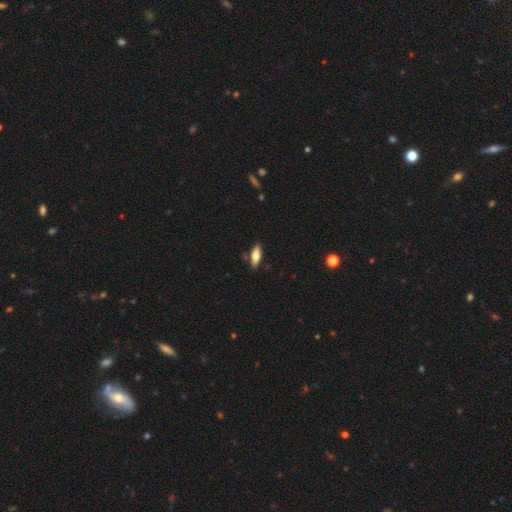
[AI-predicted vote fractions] The model was most divided on "how rounded": in between: 63%, cigar-shaped: 35%, round: 2%. More confident: merging — none (82%); smooth or featured — smooth (74%).